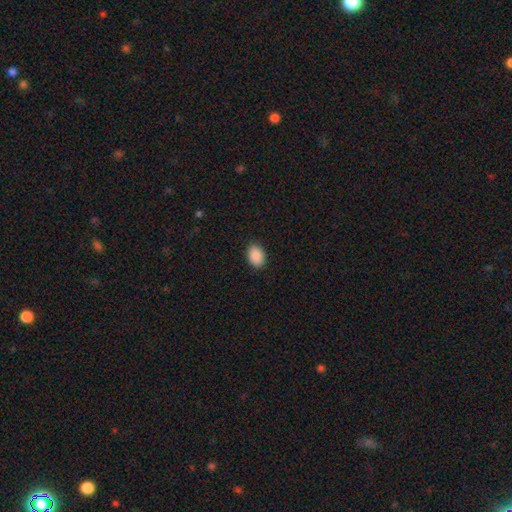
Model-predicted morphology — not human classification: Overall: smooth (90%). How rounded: in between (80%). Merging: none (89%).